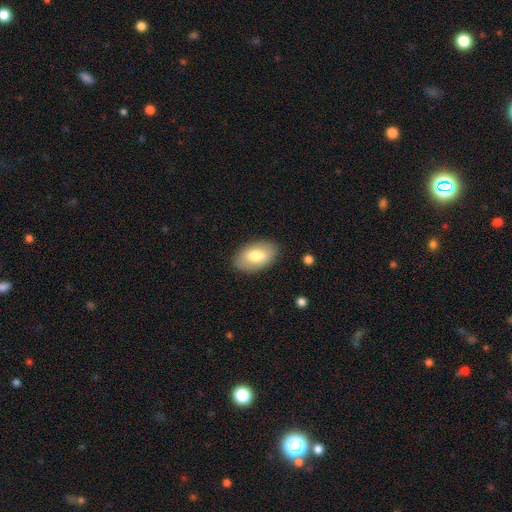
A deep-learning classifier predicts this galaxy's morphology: This is likely a smooth galaxy (72%). How rounded: clearly in between (94%). Merging: clearly none (85%).